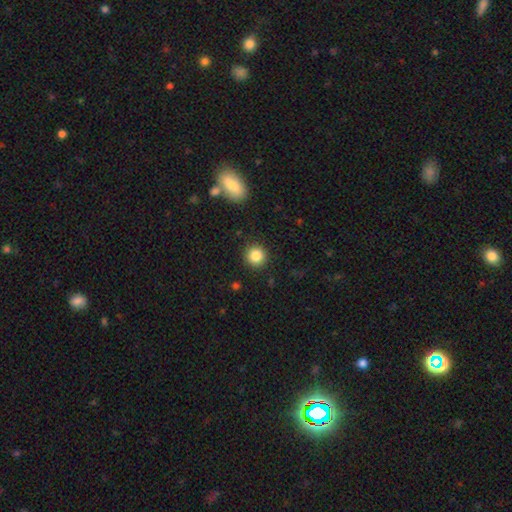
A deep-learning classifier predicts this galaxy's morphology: A smooth galaxy with no disk features (84%) that is round (93%). Merging: none (90%).